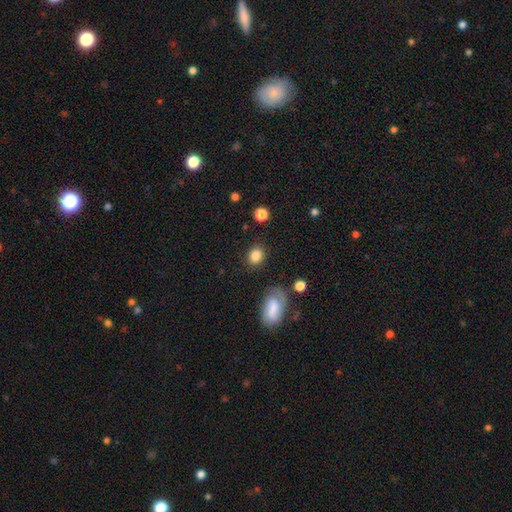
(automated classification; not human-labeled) Morphology: type=smooth (85%); roundness=round (55%); merging=none (83%).